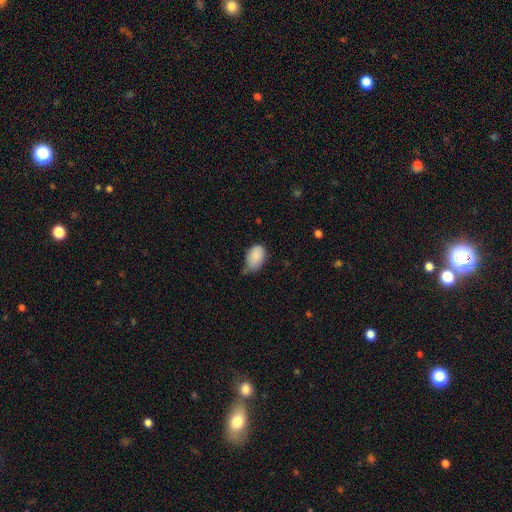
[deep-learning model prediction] smooth 87%, star or artifact 7%, featured or disk 6%. Down the decision tree: how rounded — in between (89%); merging — minor disturbance (46%).